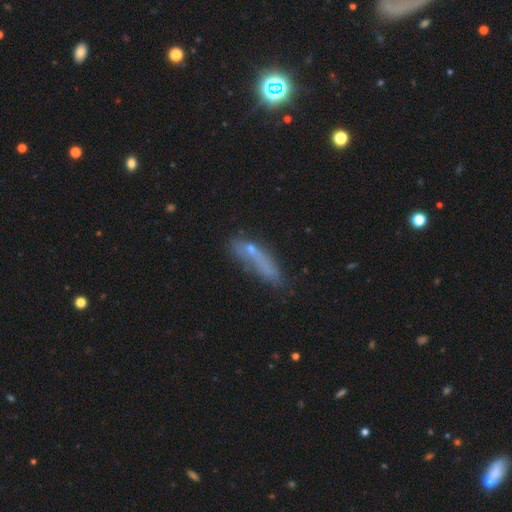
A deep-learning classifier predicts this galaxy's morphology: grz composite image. It shows a smooth galaxy with no disk features (56%) that is cigar-shaped (72%). Merging: none (47%).